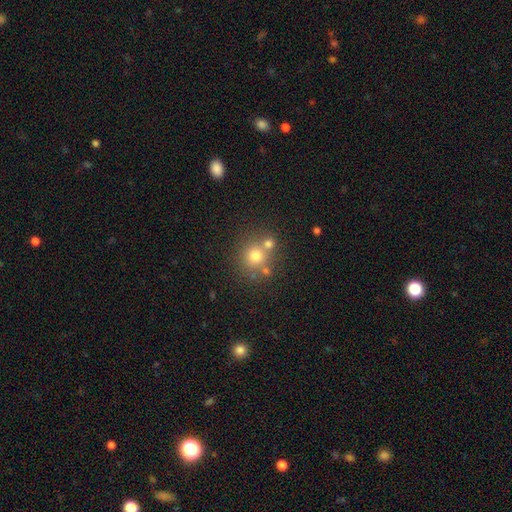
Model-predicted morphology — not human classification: This is likely a smooth galaxy (71%). How rounded: clearly round (89%). Merging: possibly none (58%).